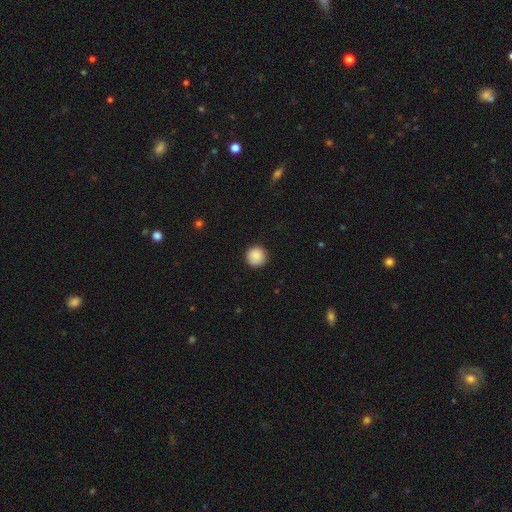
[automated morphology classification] A smooth galaxy with no disk features (89%) that is round (96%). Merging: none (92%).